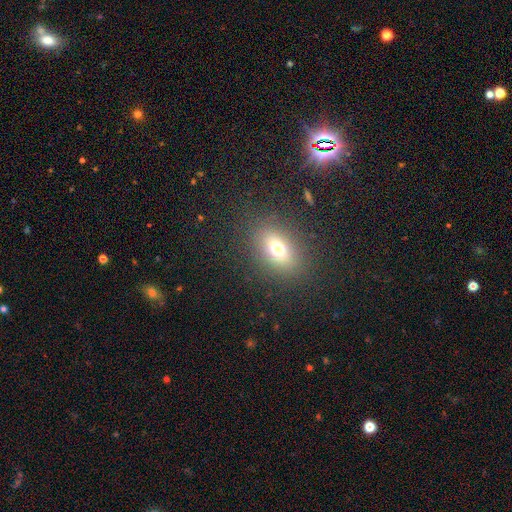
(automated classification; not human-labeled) smooth 62%, star or artifact 26%, featured or disk 12%. Down the decision tree: how rounded — in between (75%); merging — none (88%).